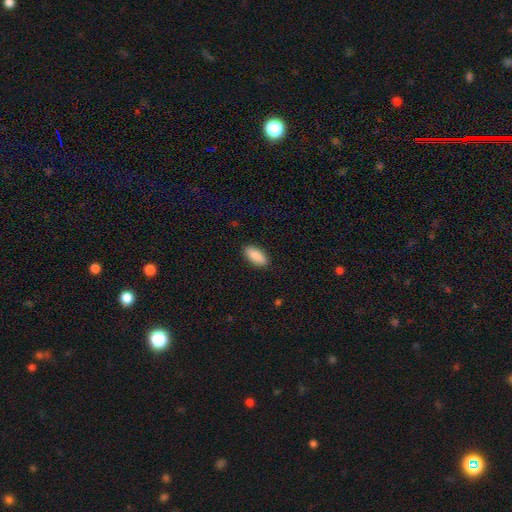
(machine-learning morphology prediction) The model was most divided on "how rounded": in between: 86%, cigar-shaped: 12%, round: 2%. More confident: merging — none (89%); smooth or featured — smooth (89%).